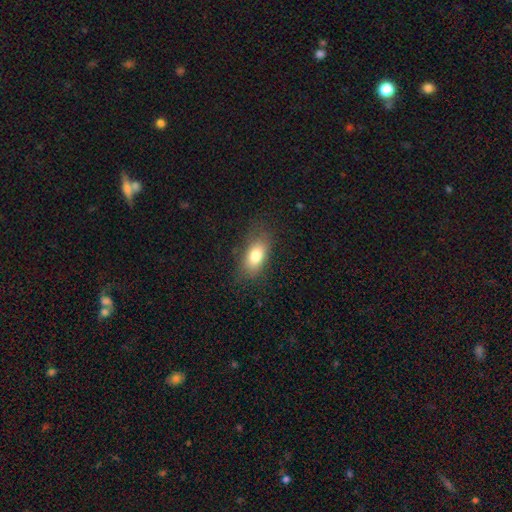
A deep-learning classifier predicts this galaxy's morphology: This is likely a smooth galaxy (78%). How rounded: clearly in between (87%). Merging: likely none (75%).